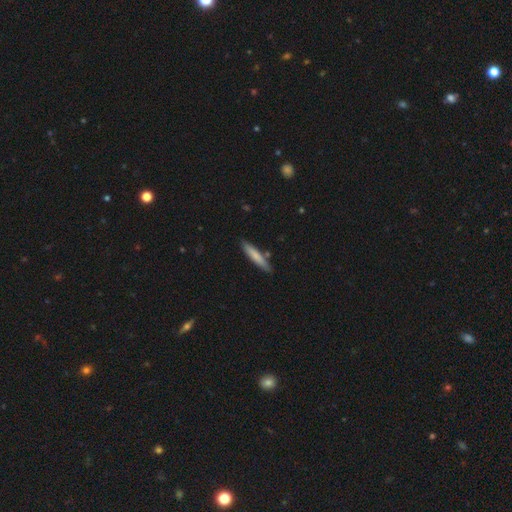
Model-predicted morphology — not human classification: smooth_or_featured: smooth (p=0.75) [alt: featured or disk p=0.19]
how_rounded: cigar-shaped (p=0.89) [alt: in between p=0.10]
merging: none (p=0.83) [alt: minor disturbance p=0.11]